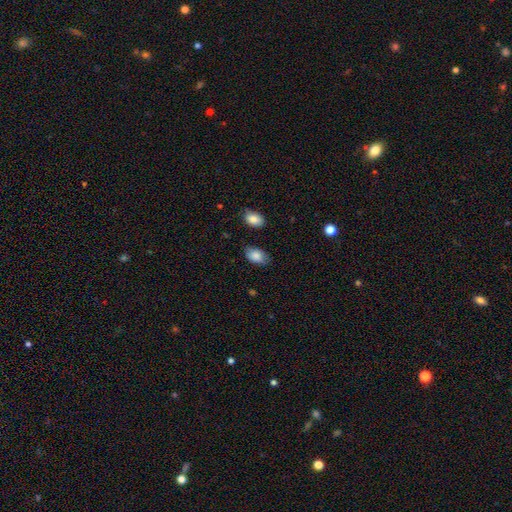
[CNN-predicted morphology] smooth_or_featured: smooth (p=0.85) [alt: featured or disk p=0.08]
how_rounded: in between (p=0.91) [alt: round p=0.08]
merging: none (p=0.75) [alt: minor disturbance p=0.18]